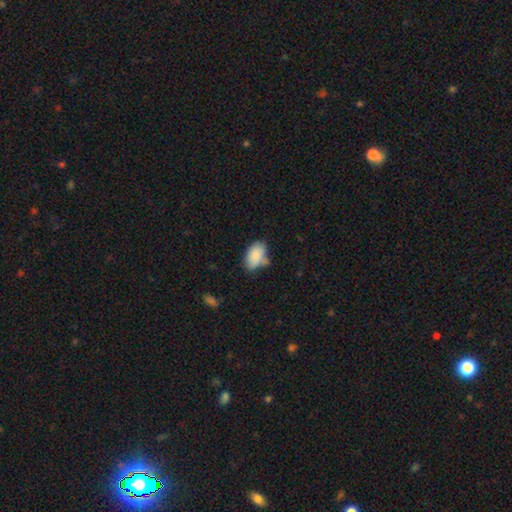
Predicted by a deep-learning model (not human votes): Morphology: type=smooth (84%); roundness=in between (91%); merging=none (52%).